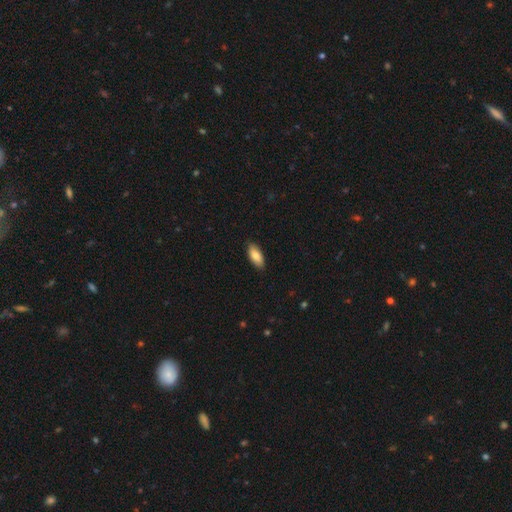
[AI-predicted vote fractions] This is clearly a smooth galaxy (84%). How rounded: clearly in between (86%). Merging: clearly none (87%).